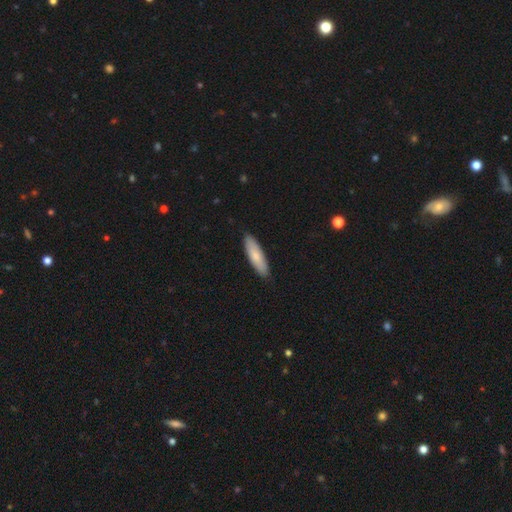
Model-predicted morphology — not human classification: smooth-or-featured: smooth: 79% | featured or disk: 16% | star or artifact: 5%
  how-rounded: cigar-shaped: 60% | in between: 39% | round: 1%
  merging: none: 88% | minor disturbance: 9% | major disturbance: 2% | merger: 1%